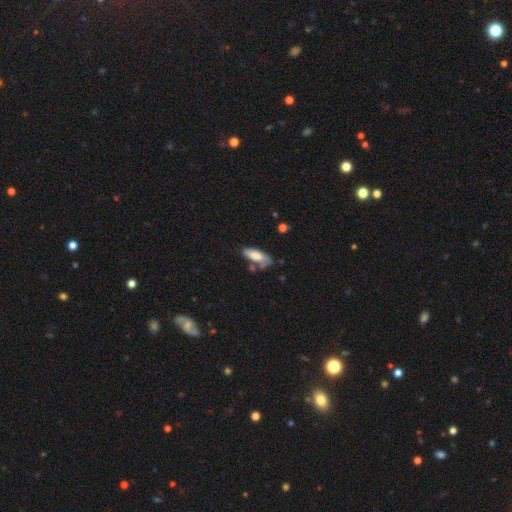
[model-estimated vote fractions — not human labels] This is likely a smooth galaxy (71%). How rounded: likely in between (75%). Merging: possibly none (46%).